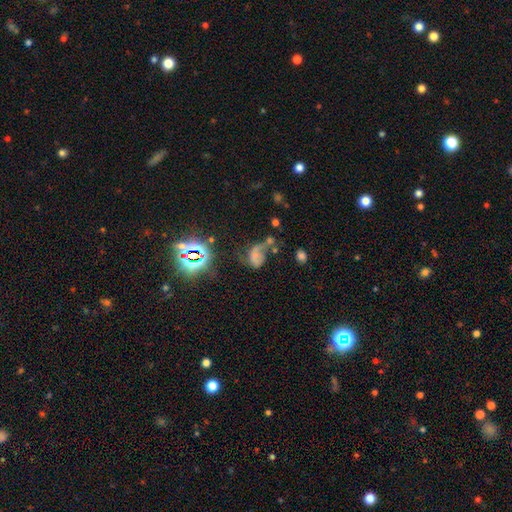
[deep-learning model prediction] A smooth galaxy with no disk features (37%).

Vote fractions:
- Smooth or featured? smooth: 37% / featured or disk: 34% / star or artifact: 29%
- Merging? major disturbance: 41% / none: 23% / merger: 20% / minor disturbance: 16%